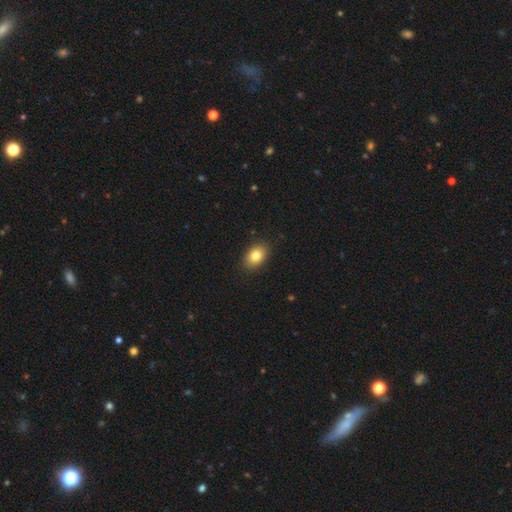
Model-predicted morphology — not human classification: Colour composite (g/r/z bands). It shows a smooth galaxy with no disk features (82%) that is in between round and cigar-shaped (82%). Merging: none (88%).